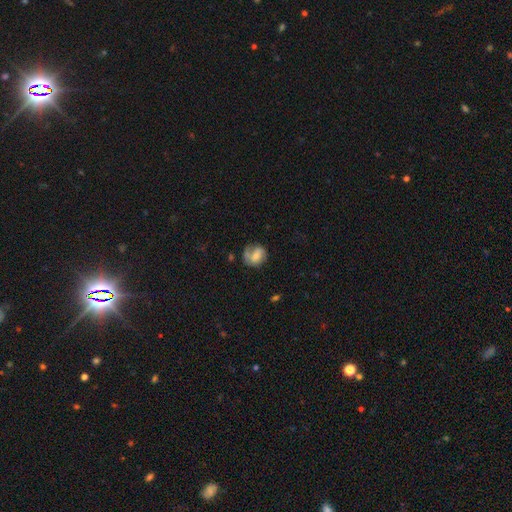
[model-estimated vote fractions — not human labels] Overall: smooth (48%; featured or disk 44%). Merging: none (47%; minor disturbance 26%).